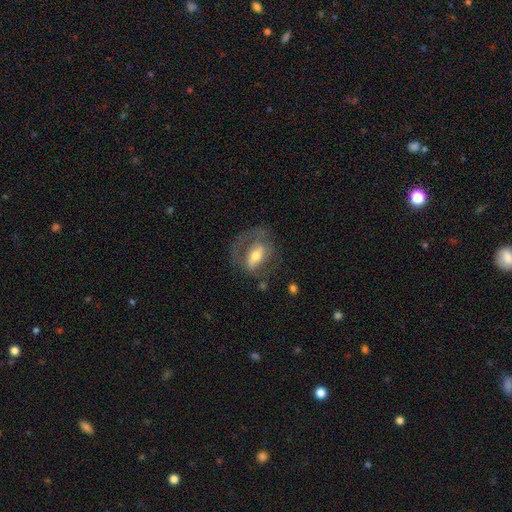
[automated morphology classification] smooth_or_featured: featured or disk (p=0.63) [alt: smooth p=0.31]
disk_edge_on: no (p=0.92) [alt: yes p=0.08]
bar: strong (p=0.39) [alt: weak p=0.36]
has_spiral_arms: yes (p=0.65) [alt: no p=0.35]
bulge_size: moderate (p=0.66) [alt: small p=0.18]
merging: none (p=0.51) [alt: major disturbance p=0.26]